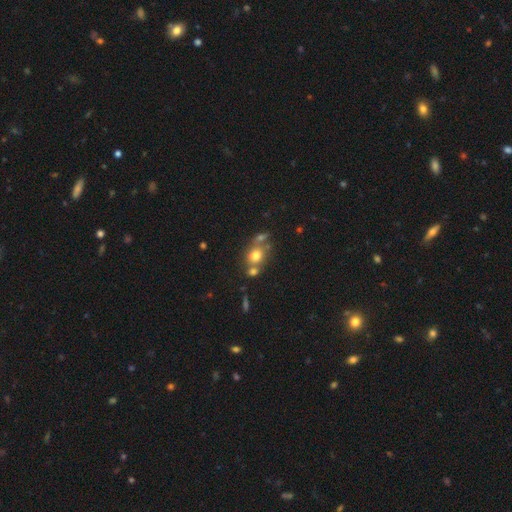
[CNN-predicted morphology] The model was most divided on "merging": none: 48%, merger: 35%, minor disturbance: 12%, major disturbance: 5%. More confident: smooth or featured — smooth (73%); how rounded — round (69%).